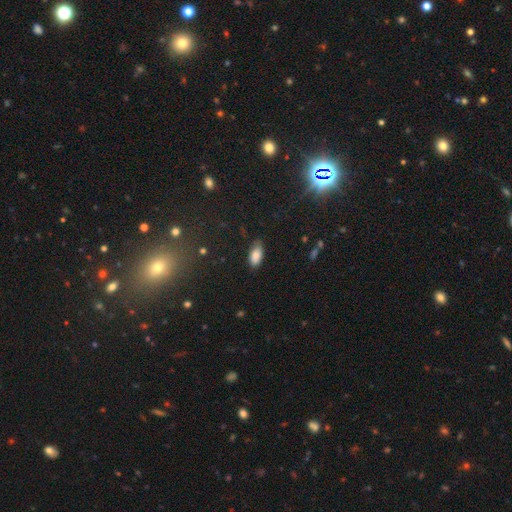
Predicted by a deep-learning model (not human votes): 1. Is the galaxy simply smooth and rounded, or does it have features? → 84% smooth, 8% featured or disk, 8% star or artifact.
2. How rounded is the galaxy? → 92% in between, 5% cigar-shaped, 3% round.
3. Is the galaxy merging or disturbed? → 74% none, 21% minor disturbance, 4% major disturbance, 1% merger.